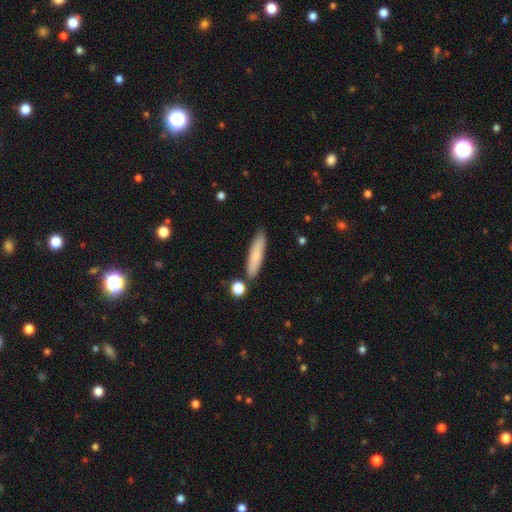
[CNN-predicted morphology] Smooth or featured?
  - smooth: 78% *
  - featured or disk: 15%
  - star or artifact: 6%
How rounded?
  - cigar-shaped: 83% *
  - in between: 16%
  - round: 2%
Merging?
  - none: 83% *
  - minor disturbance: 11%
  - merger: 4%
  - major disturbance: 2%